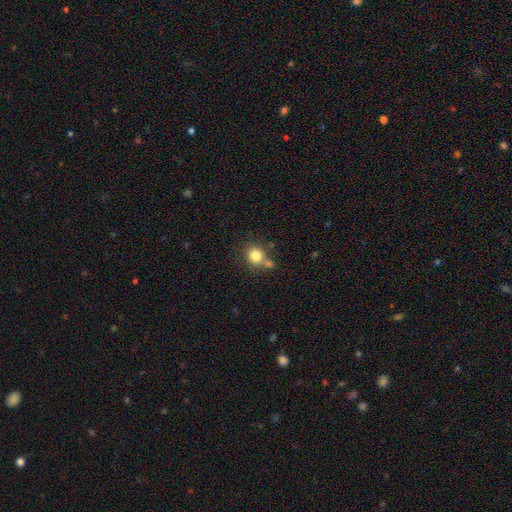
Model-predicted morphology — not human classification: Overall: smooth (81%). How rounded: round (82%). Merging: none (58%; merger 25%).